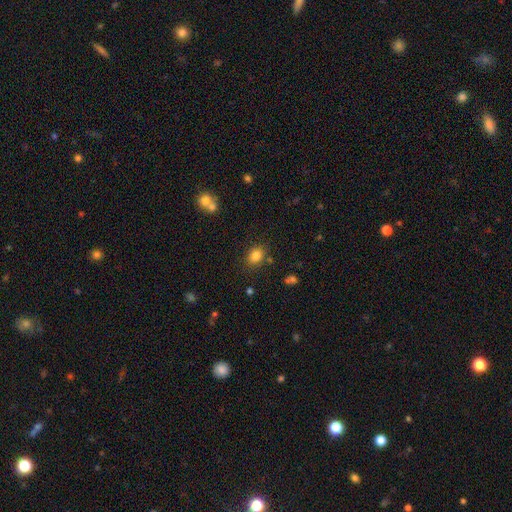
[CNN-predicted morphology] smooth-or-featured: smooth: 82% | star or artifact: 11% | featured or disk: 6%
  how-rounded: in between: 58% | round: 41% | cigar-shaped: 1%
  merging: none: 81% | minor disturbance: 11% | merger: 5% | major disturbance: 3%